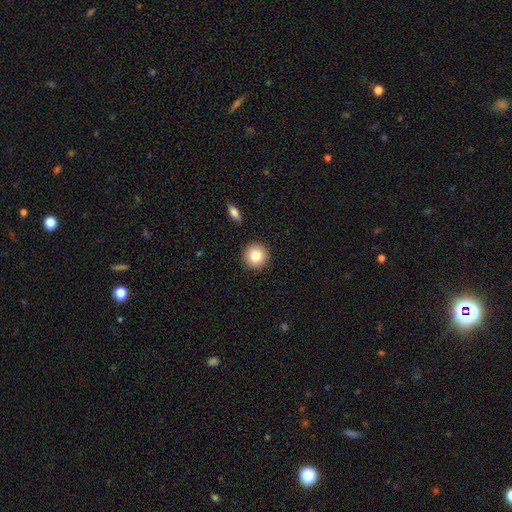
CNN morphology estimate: This appears to be a smooth galaxy with no disk features (81%) that is round (95%). Merging: none (91%).